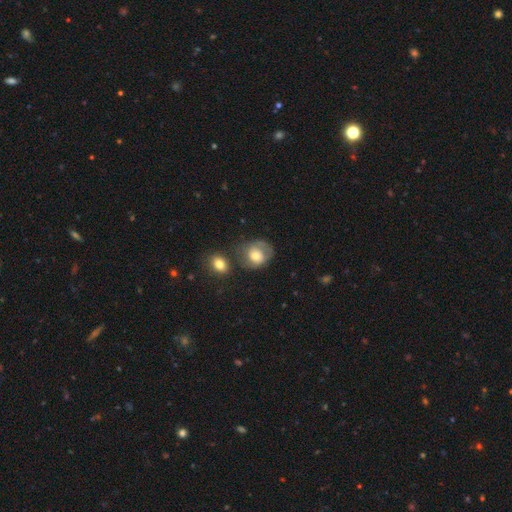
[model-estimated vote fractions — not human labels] A smooth galaxy with no disk features (58%) that is round (64%). Merging: none (46%).